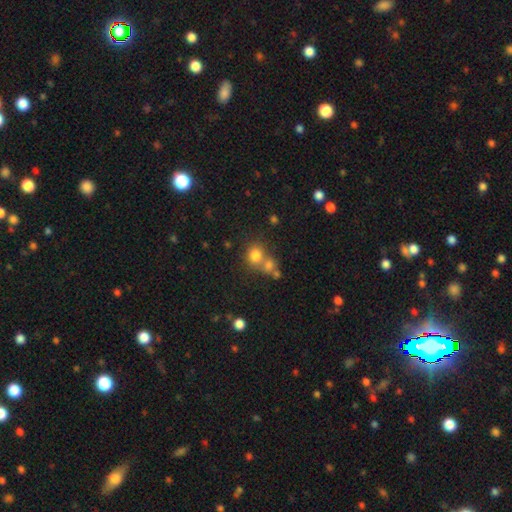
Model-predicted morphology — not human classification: A smooth galaxy with no disk features (77%) that is round (77%).

Vote fractions:
- Smooth or featured? smooth: 77% / star or artifact: 14% / featured or disk: 9%
- How rounded? round: 77% / in between: 22% / cigar-shaped: 1%
- Merging? none: 47% / merger: 40% / minor disturbance: 8% / major disturbance: 4%